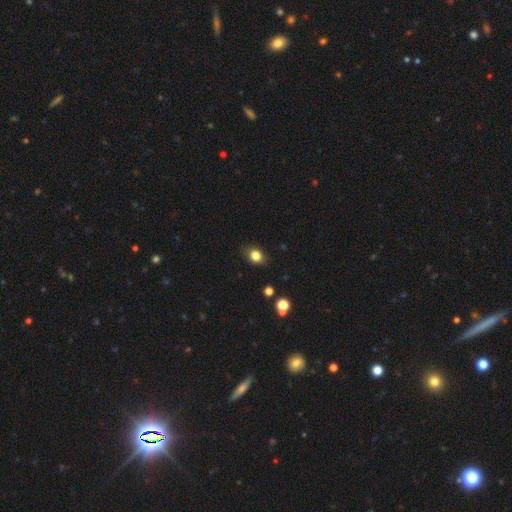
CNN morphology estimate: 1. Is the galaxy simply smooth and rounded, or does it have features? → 82% smooth, 11% star or artifact, 7% featured or disk.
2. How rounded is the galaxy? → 54% in between, 45% round, 1% cigar-shaped.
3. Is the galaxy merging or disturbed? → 82% none, 14% minor disturbance, 3% major disturbance, 2% merger.